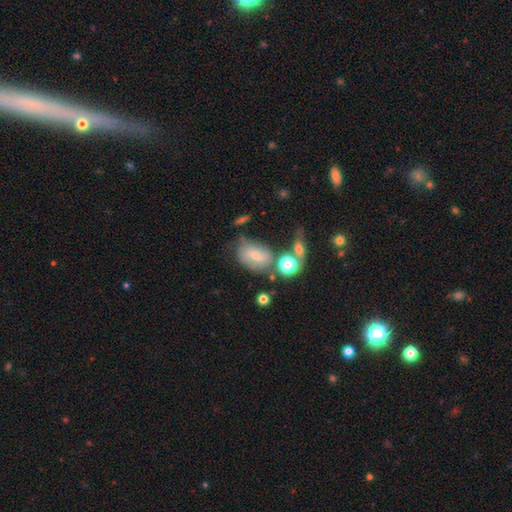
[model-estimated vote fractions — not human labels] smooth_or_featured: smooth (p=0.49) [alt: featured or disk p=0.39]
merging: none (p=0.44) [alt: minor disturbance p=0.24]